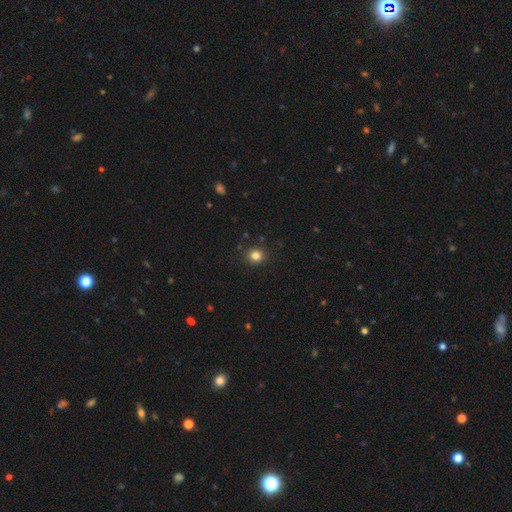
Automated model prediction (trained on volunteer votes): Smooth or featured?
  - smooth: 82% *
  - star or artifact: 13%
  - featured or disk: 5%
How rounded?
  - round: 86% *
  - in between: 13%
  - cigar-shaped: 1%
Merging?
  - none: 91% *
  - minor disturbance: 6%
  - major disturbance: 2%
  - merger: 1%